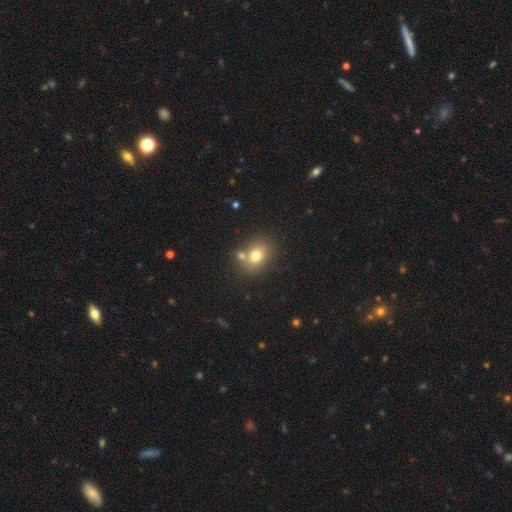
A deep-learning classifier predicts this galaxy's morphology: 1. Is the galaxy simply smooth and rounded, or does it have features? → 74% smooth, 13% featured or disk, 13% star or artifact.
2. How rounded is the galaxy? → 52% in between, 47% round, 1% cigar-shaped.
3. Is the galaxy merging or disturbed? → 59% none, 26% merger, 11% minor disturbance, 4% major disturbance.